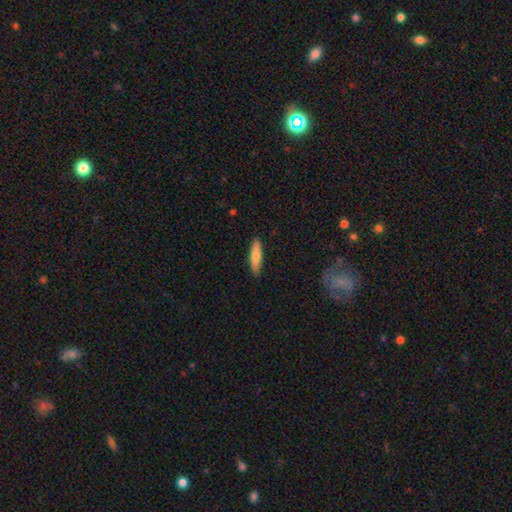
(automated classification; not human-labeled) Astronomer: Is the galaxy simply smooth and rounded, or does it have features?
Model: smooth — 67%.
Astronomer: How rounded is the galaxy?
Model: cigar-shaped — 77%.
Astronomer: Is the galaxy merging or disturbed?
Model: none — 87%.